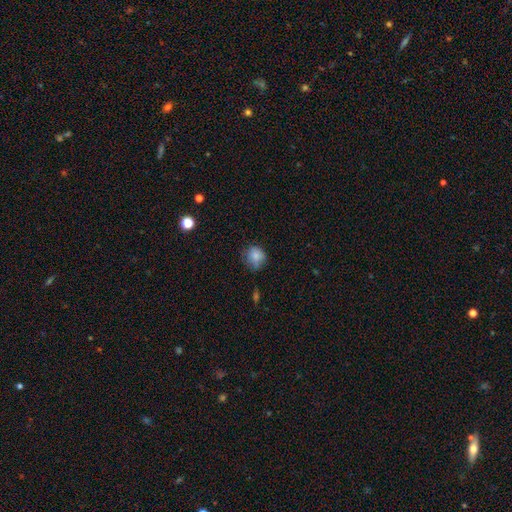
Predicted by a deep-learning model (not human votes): smooth_or_featured: smooth (p=0.82) [alt: star or artifact p=0.10]
how_rounded: round (p=0.77) [alt: in between p=0.22]
merging: none (p=0.62) [alt: minor disturbance p=0.29]